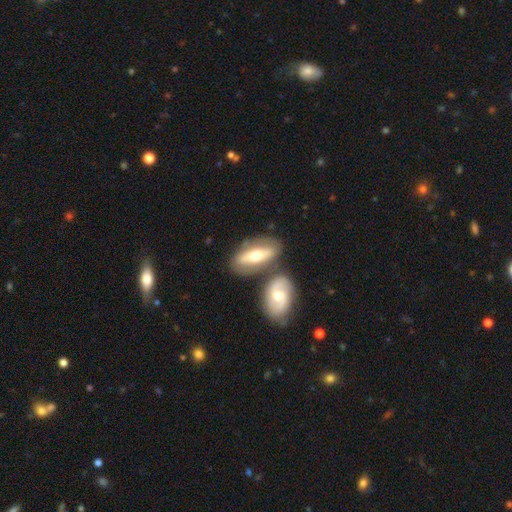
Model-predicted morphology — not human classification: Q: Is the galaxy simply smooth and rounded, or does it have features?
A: featured or disk — 50%.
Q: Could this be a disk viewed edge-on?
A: no — 58%.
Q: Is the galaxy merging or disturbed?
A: none — 64%.